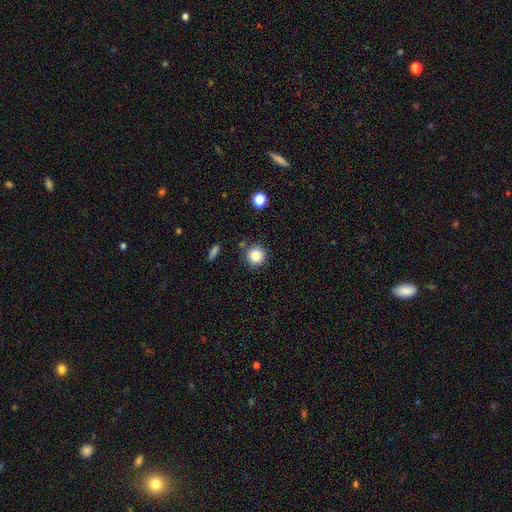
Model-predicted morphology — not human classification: smooth-or-featured: smooth: 85% | star or artifact: 10% | featured or disk: 5%
  how-rounded: round: 94% | in between: 5% | cigar-shaped: 1%
  merging: none: 84% | minor disturbance: 9% | merger: 5% | major disturbance: 3%